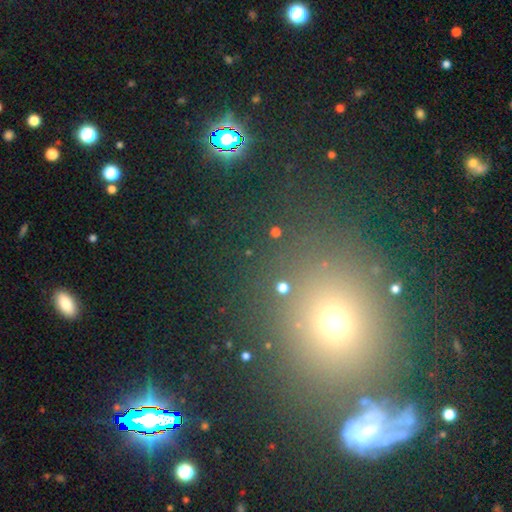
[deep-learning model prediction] Overall: smooth (45%; star or artifact 43%). Merging: none (75%).